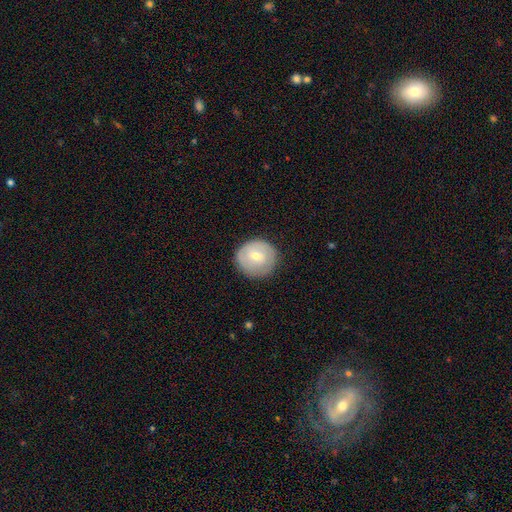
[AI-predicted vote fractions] Overall: smooth (52%; featured or disk 41%). How rounded: round (90%). Merging: none (84%).